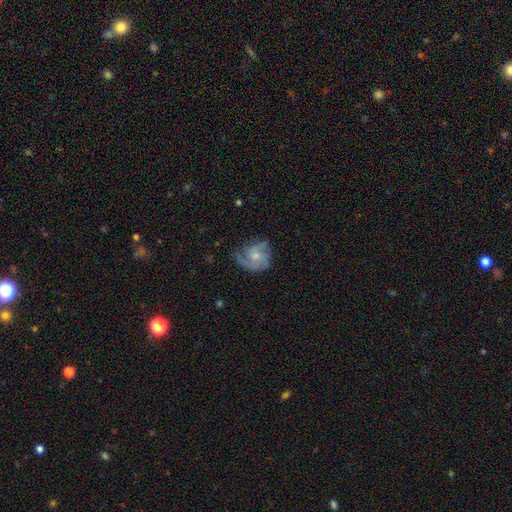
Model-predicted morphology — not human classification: type=featured or disk (69%); edge-on=no (98%); bar=no (74%); spiral arms=yes (90%); winding=medium (45%); arm count=2 (35%); bulge=small (52%); merging=none (56%).